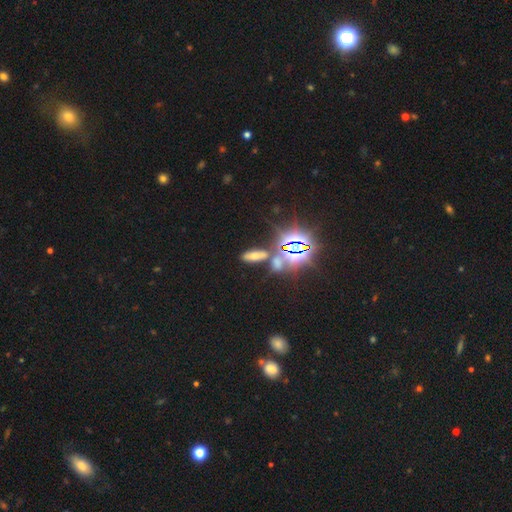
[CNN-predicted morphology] The model was most divided on "smooth or featured": smooth: 46%, star or artifact: 40%, featured or disk: 14%. More confident: merging — none (69%).